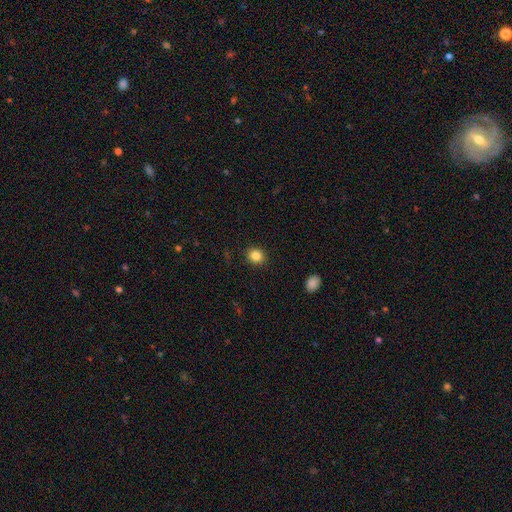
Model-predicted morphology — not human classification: A smooth galaxy with no disk features (84%) that is round (78%).

Vote fractions:
- Smooth or featured? smooth: 84% / star or artifact: 11% / featured or disk: 5%
- How rounded? round: 78% / in between: 21% / cigar-shaped: 1%
- Merging? none: 91% / minor disturbance: 6% / major disturbance: 2% / merger: 1%